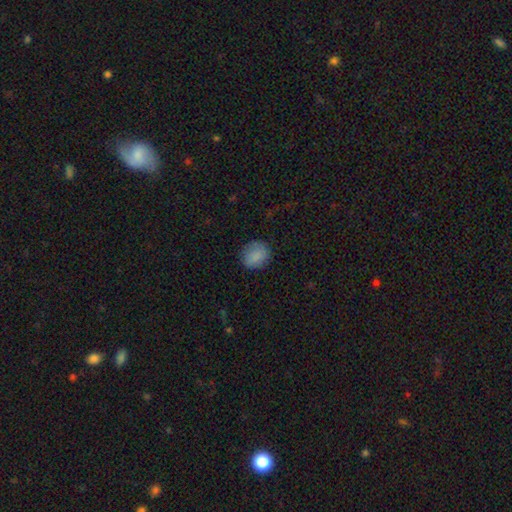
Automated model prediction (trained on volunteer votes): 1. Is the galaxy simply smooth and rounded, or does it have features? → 86% smooth, 8% star or artifact, 6% featured or disk.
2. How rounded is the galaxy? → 66% round, 33% in between, 1% cigar-shaped.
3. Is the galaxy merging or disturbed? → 80% none, 15% minor disturbance, 4% major disturbance, 1% merger.